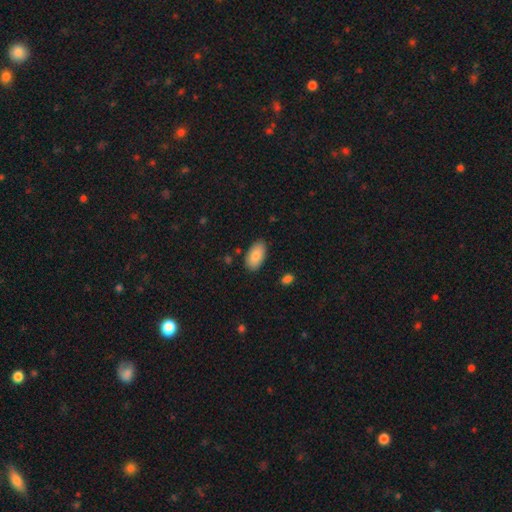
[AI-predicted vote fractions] Smooth or featured?
  - smooth: 85% *
  - featured or disk: 9%
  - star or artifact: 6%
How rounded?
  - in between: 95% *
  - cigar-shaped: 3%
  - round: 3%
Merging?
  - none: 84% *
  - minor disturbance: 12%
  - major disturbance: 2%
  - merger: 2%